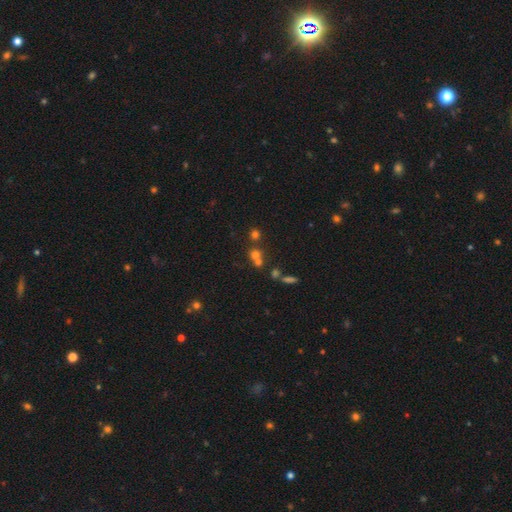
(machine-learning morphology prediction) smooth_or_featured: smooth (p=0.55) [alt: star or artifact p=0.29]
how_rounded: round (p=0.85) [alt: in between p=0.13]
merging: none (p=0.47) [alt: merger p=0.43]